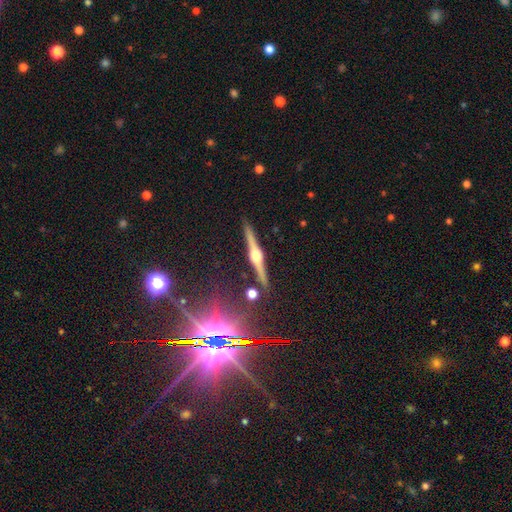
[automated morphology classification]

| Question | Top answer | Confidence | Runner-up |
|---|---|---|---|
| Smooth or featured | featured or disk | 83% | smooth (9%) |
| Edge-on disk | yes | 98% | no (2%) |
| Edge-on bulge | rounded | 92% | boxy (6%) |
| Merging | none | 90% | minor disturbance (7%) |